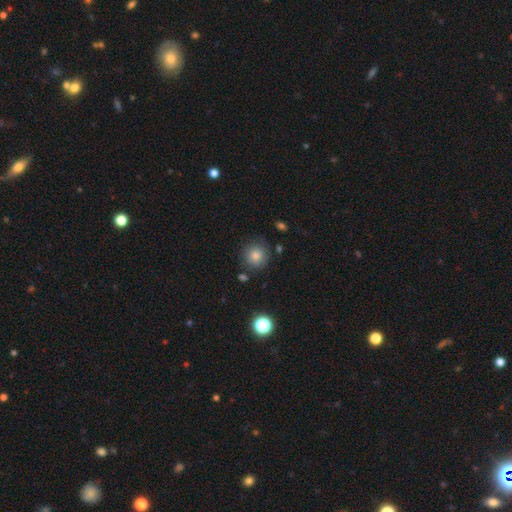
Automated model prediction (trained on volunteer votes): This is clearly a smooth galaxy (82%). How rounded: clearly round (93%). Merging: clearly none (84%).